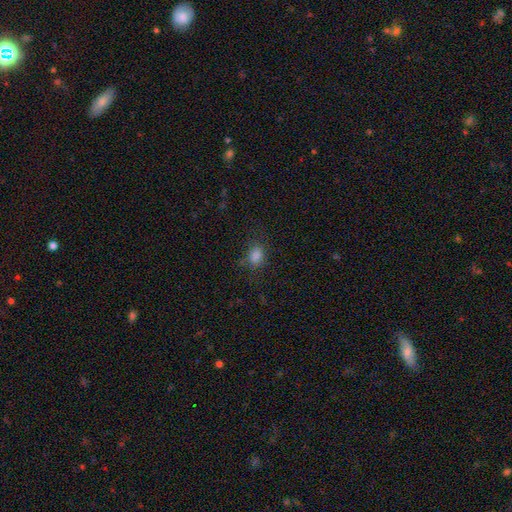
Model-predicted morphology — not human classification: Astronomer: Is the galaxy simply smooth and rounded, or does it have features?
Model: smooth — 81%.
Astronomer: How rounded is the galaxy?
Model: in between — 70%.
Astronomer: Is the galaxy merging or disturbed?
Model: none — 75%.